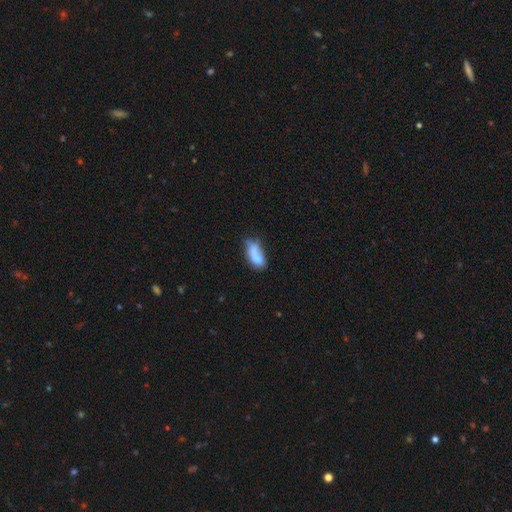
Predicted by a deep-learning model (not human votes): smooth_or_featured: smooth (p=0.66) [alt: featured or disk p=0.24]
how_rounded: in between (p=0.86) [alt: cigar-shaped p=0.08]
merging: merger (p=0.31) [alt: none p=0.27]